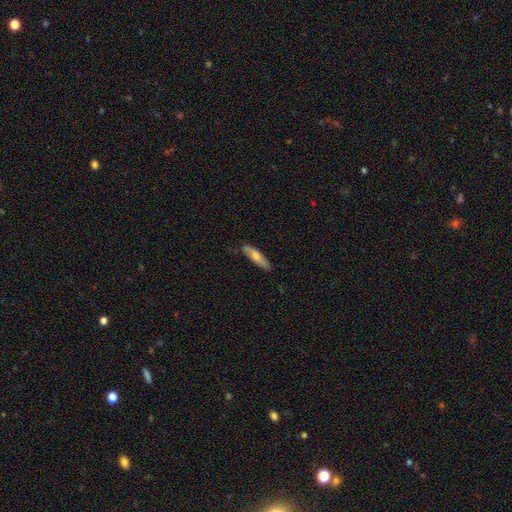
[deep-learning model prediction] Q: Smooth or featured?
A: smooth (62%); runner-up: featured or disk (32%)
Q: How rounded?
A: cigar-shaped (77%); runner-up: in between (21%)
Q: Merging?
A: none (81%); runner-up: minor disturbance (15%)